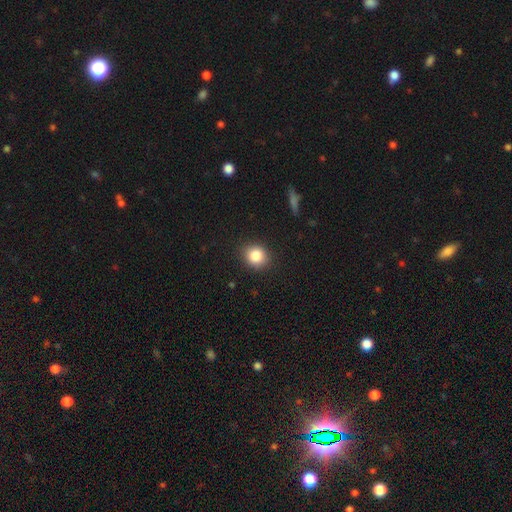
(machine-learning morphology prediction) smooth 84%, star or artifact 10%, featured or disk 6%. Down the decision tree: how rounded — round (75%); merging — none (88%).